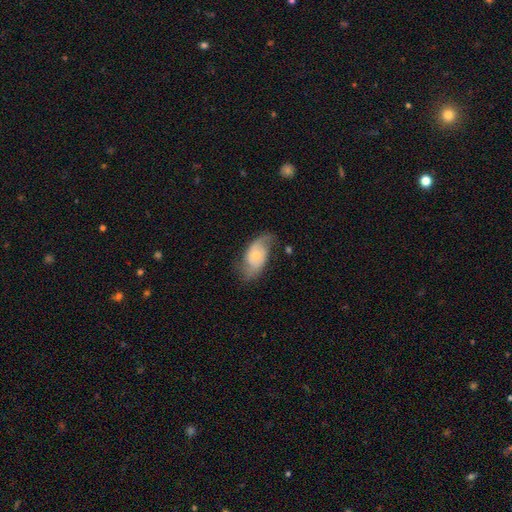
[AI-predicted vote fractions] A featured or disk galaxy (62%) with no bar (74%), spiral arms (84%) and a small central bulge (52%). Merging: none (57%).